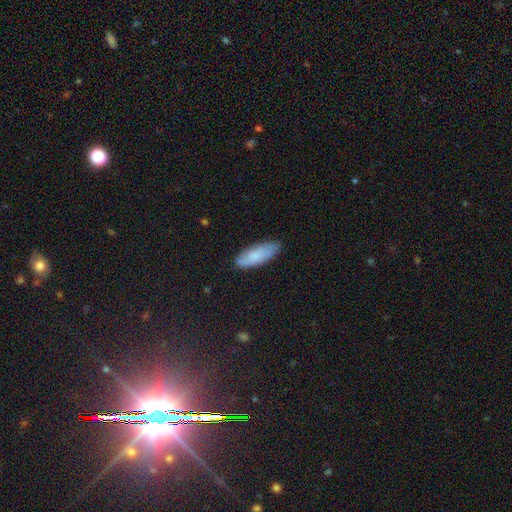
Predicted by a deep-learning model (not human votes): A smooth galaxy with no disk features (75%) that is in between round and cigar-shaped (70%).

Vote fractions:
- Smooth or featured? smooth: 75% / featured or disk: 19% / star or artifact: 6%
- How rounded? in between: 70% / cigar-shaped: 28% / round: 2%
- Merging? none: 81% / minor disturbance: 15% / major disturbance: 3% / merger: 1%